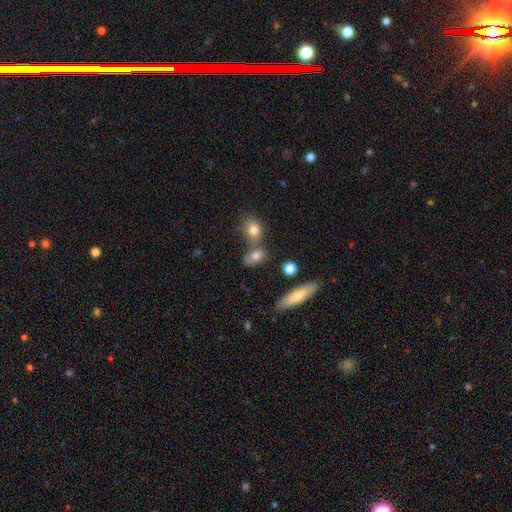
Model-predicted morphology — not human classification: A smooth galaxy with no disk features (77%) that is in between round and cigar-shaped (71%).

Vote fractions:
- Smooth or featured? smooth: 77% / featured or disk: 13% / star or artifact: 10%
- How rounded? in between: 71% / round: 21% / cigar-shaped: 8%
- Merging? none: 51% / merger: 30% / minor disturbance: 14% / major disturbance: 5%